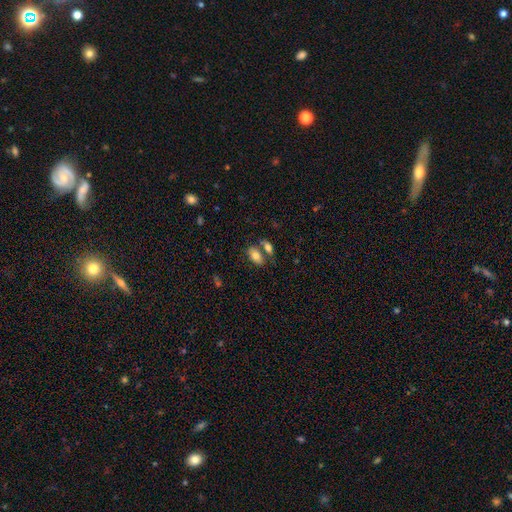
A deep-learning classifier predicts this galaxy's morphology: The model was most divided on "merging": none: 52%, merger: 33%, minor disturbance: 11%, major disturbance: 4%. More confident: how rounded — in between (91%); smooth or featured — smooth (78%).